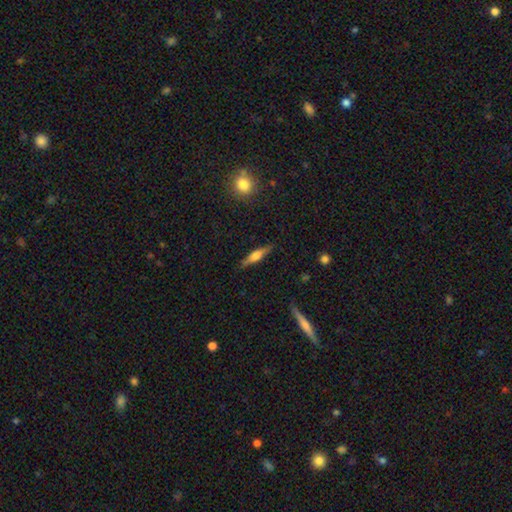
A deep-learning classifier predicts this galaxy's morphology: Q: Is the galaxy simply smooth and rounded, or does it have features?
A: featured or disk — 50%.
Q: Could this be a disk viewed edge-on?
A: yes — 94%.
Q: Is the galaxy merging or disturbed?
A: none — 85%.